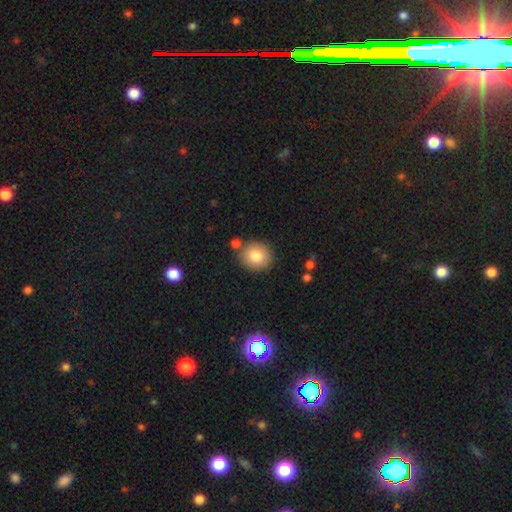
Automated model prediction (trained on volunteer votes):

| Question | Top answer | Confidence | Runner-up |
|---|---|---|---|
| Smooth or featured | smooth | 81% | featured or disk (10%) |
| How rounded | round | 81% | in between (18%) |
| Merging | none | 80% | minor disturbance (9%) |